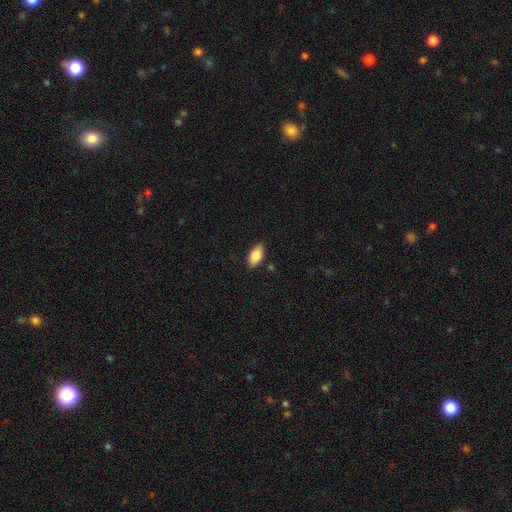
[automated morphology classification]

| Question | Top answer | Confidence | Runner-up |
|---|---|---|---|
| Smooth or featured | smooth | 84% | featured or disk (9%) |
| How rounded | in between | 93% | cigar-shaped (4%) |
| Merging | none | 86% | minor disturbance (10%) |